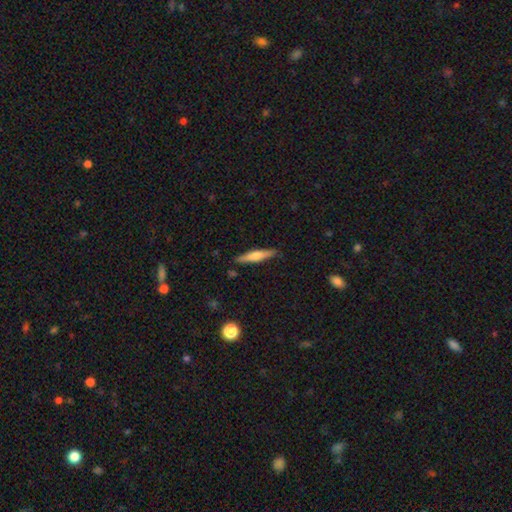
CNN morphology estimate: Smooth or featured: smooth — 49% (featured or disk — 45%)
Merging: none — 88% (minor disturbance — 9%)